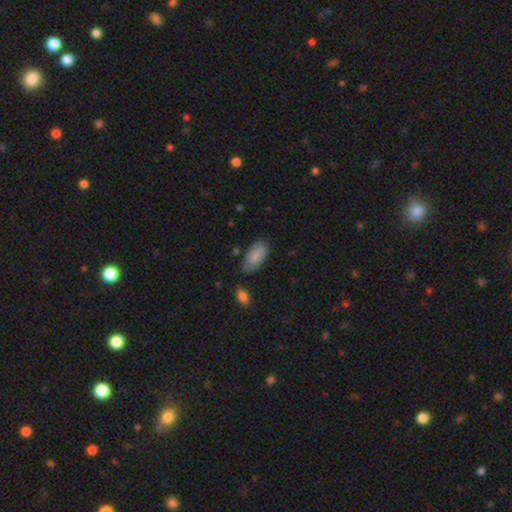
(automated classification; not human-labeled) smooth 77%, featured or disk 16%, star or artifact 6%. Down the decision tree: how rounded — in between (92%); merging — none (68%).